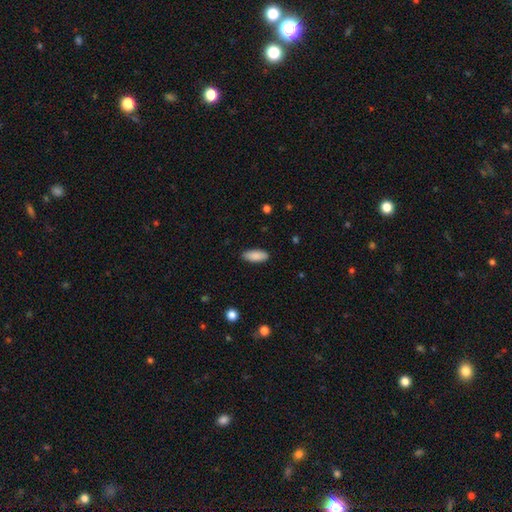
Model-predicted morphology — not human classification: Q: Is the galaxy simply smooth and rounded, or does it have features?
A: smooth — 89%.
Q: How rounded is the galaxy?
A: in between — 81%.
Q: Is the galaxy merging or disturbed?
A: none — 87%.